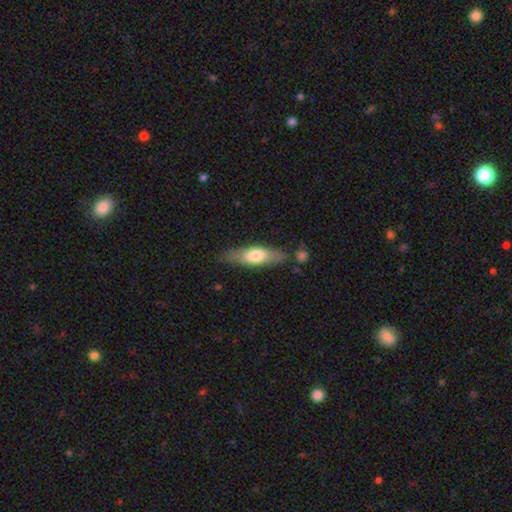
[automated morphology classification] Smooth or featured: smooth — 61% (featured or disk — 34%)
How rounded: cigar-shaped — 51% (in between — 47%)
Merging: none — 78% (minor disturbance — 15%)